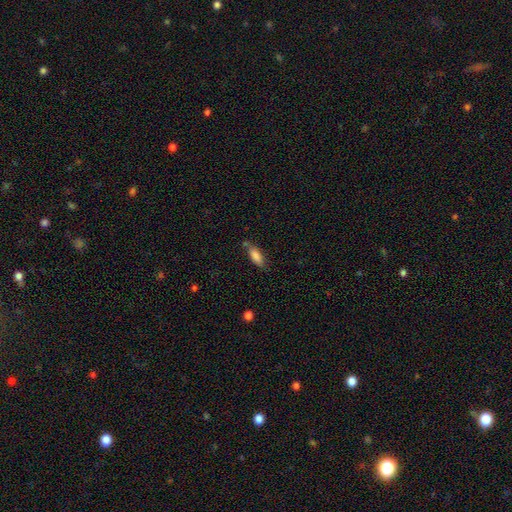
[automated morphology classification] Smooth or featured? smooth (85%)
How rounded? in between (75%)
Merging? none (69%)